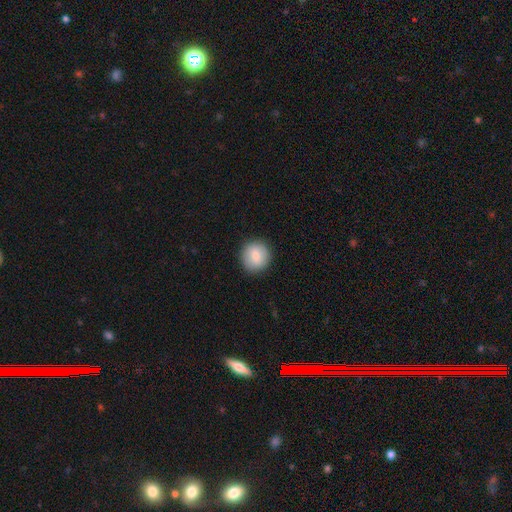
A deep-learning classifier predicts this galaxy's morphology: Smooth or featured? smooth (79%)
How rounded? round (90%)
Merging? none (89%)